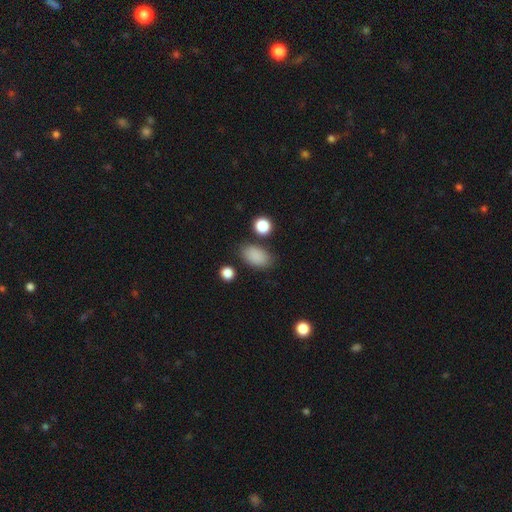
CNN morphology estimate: smooth-or-featured: smooth: 87% | star or artifact: 9% | featured or disk: 4%
  how-rounded: in between: 90% | round: 8% | cigar-shaped: 2%
  merging: none: 79% | minor disturbance: 13% | merger: 4% | major disturbance: 4%